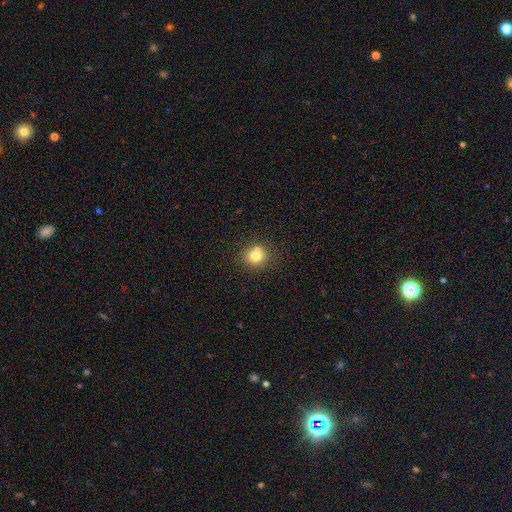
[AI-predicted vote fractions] Overall: smooth (78%). How rounded: round (85%). Merging: none (70%).